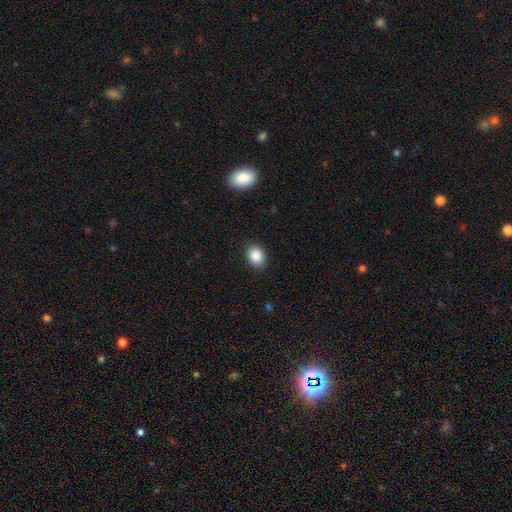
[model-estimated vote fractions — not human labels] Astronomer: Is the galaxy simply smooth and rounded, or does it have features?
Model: smooth — 87%.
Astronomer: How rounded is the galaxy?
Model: in between — 64%.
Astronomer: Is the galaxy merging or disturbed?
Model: none — 87%.